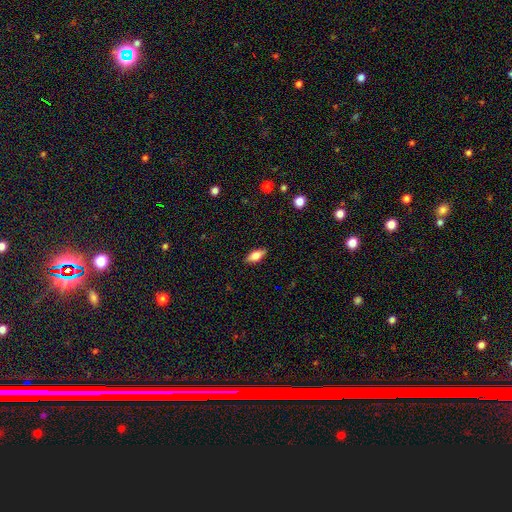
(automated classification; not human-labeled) Smooth or featured?
  - smooth: 68% *
  - featured or disk: 25%
  - star or artifact: 7%
How rounded?
  - in between: 80% *
  - cigar-shaped: 17%
  - round: 4%
Merging?
  - none: 87% *
  - minor disturbance: 10%
  - major disturbance: 2%
  - merger: 1%